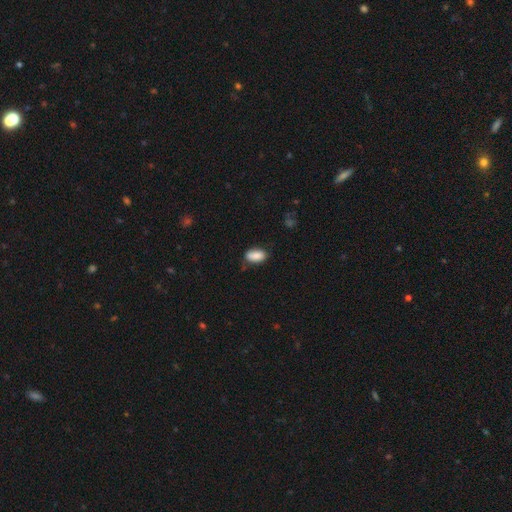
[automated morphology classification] Smooth or featured? smooth (85%)
How rounded? in between (91%)
Merging? none (73%)